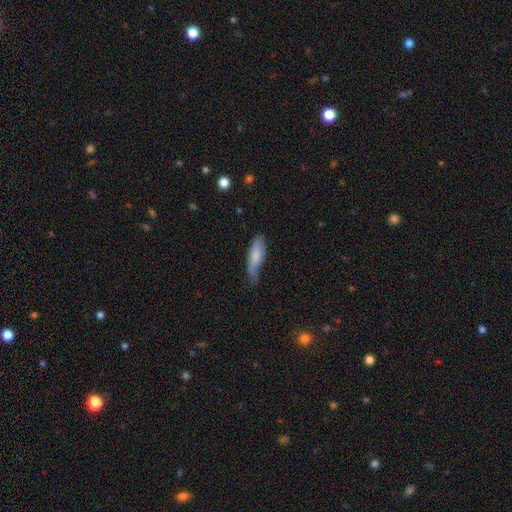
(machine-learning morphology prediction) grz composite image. It shows a smooth galaxy with no disk features (77%) that is cigar-shaped (60%). Merging: none (47%).